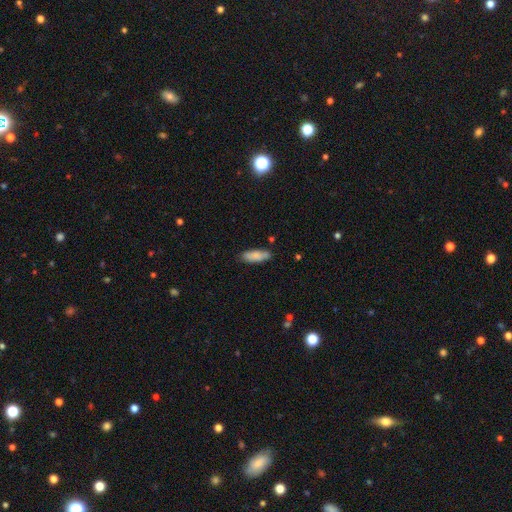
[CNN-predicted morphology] Smooth or featured? smooth (84%)
How rounded? in between (60%)
Merging? none (81%)